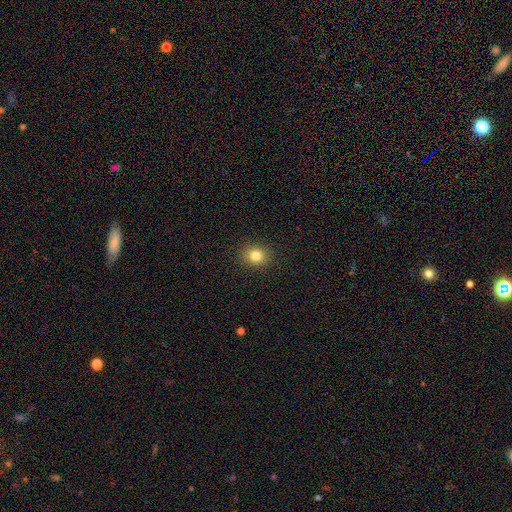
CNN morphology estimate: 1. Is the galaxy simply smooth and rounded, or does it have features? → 81% smooth, 12% star or artifact, 7% featured or disk.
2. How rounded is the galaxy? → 74% round, 25% in between, 1% cigar-shaped.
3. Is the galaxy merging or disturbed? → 91% none, 6% minor disturbance, 2% major disturbance, 1% merger.